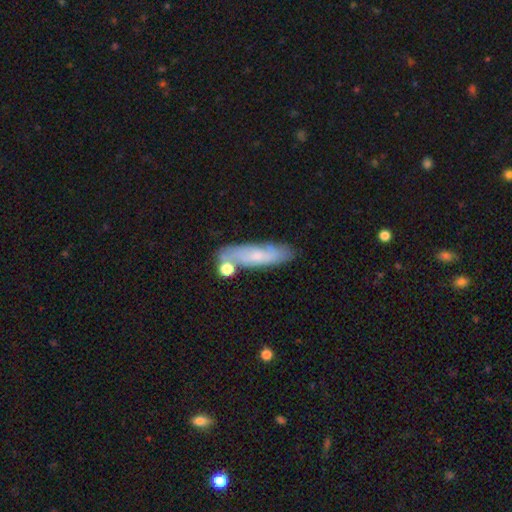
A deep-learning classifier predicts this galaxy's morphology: A smooth galaxy with no disk features (50%). Merging: none (68%).